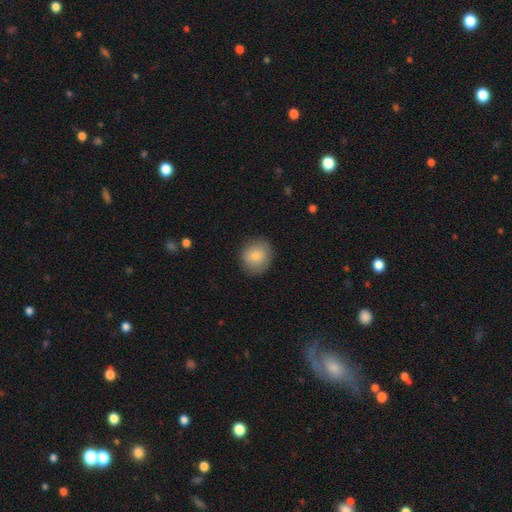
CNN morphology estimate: A smooth galaxy with no disk features (80%) that is round (80%). Merging: none (85%).